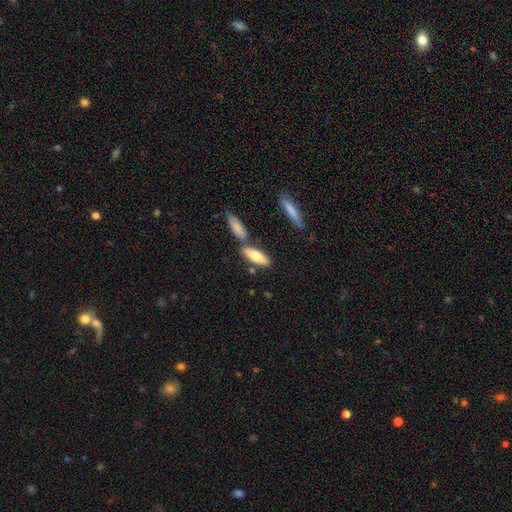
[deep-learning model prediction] Morphology: type=smooth (71%); roundness=cigar-shaped (50%); merging=none (65%).